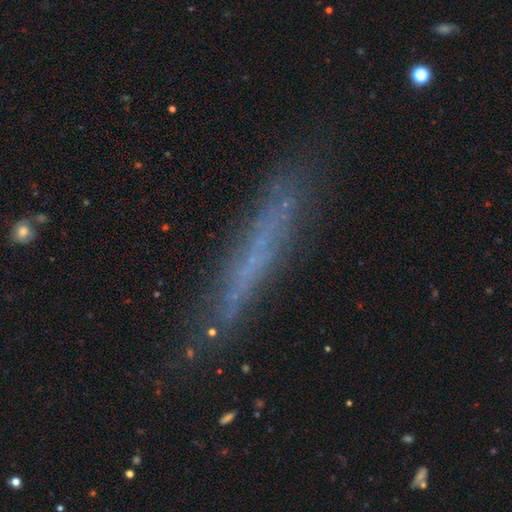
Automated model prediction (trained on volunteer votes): This is possibly a featured or disk galaxy (45%). Merging: likely none (77%).